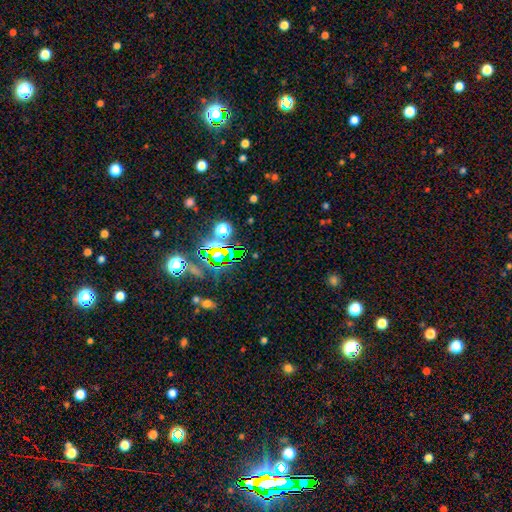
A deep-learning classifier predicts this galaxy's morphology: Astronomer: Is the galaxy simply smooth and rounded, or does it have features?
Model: star or artifact — 75%.